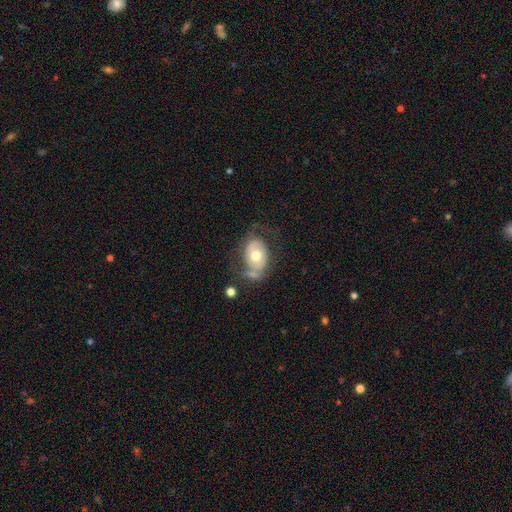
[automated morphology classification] smooth 48%, featured or disk 45%, star or artifact 7%. Down the decision tree: merging — none (45%).